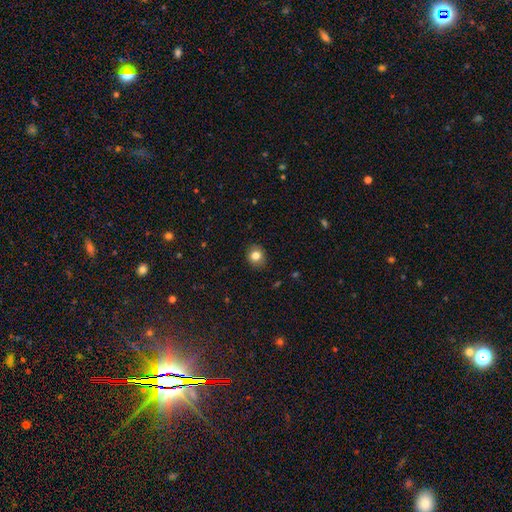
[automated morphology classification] Overall: smooth (82%). How rounded: round (76%). Merging: none (89%).